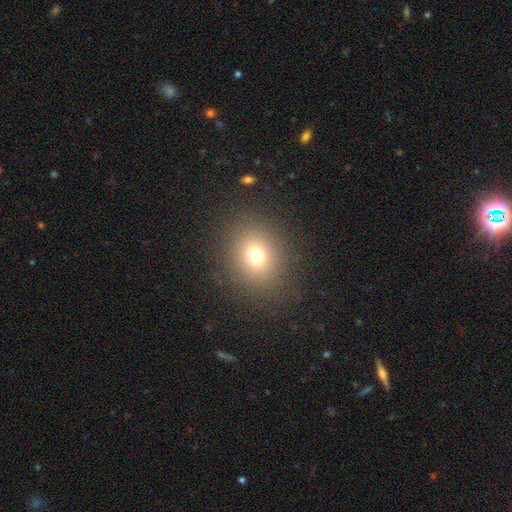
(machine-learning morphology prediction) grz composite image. It shows a smooth galaxy with no disk features (72%) that is round (69%). Merging: none (86%).